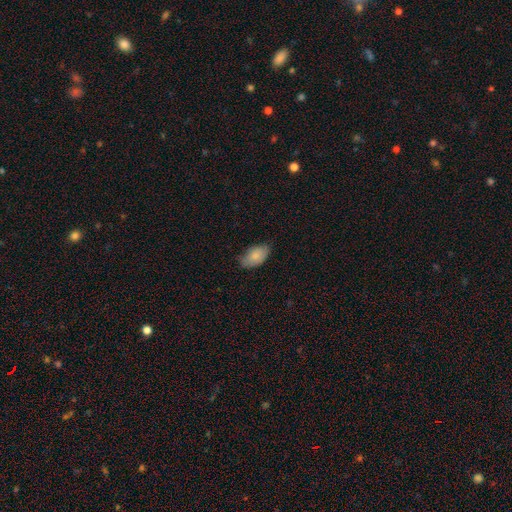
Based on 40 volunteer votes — This is clearly a smooth galaxy (85%). How rounded: clearly in between (97%). Merging: clearly none (83%).